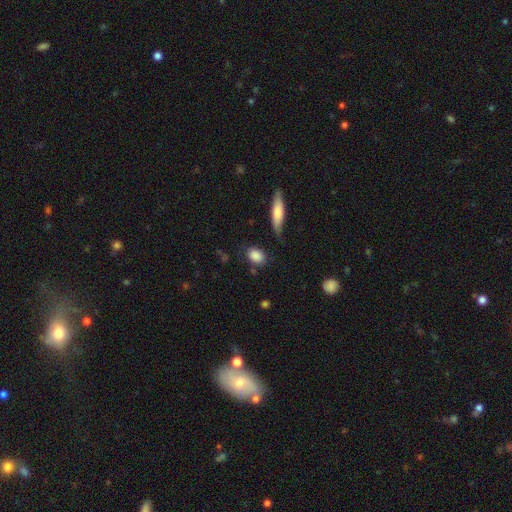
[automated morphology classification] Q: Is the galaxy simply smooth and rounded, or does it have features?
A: smooth — 86%.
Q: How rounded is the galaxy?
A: in between — 69%.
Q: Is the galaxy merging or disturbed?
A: none — 76%.